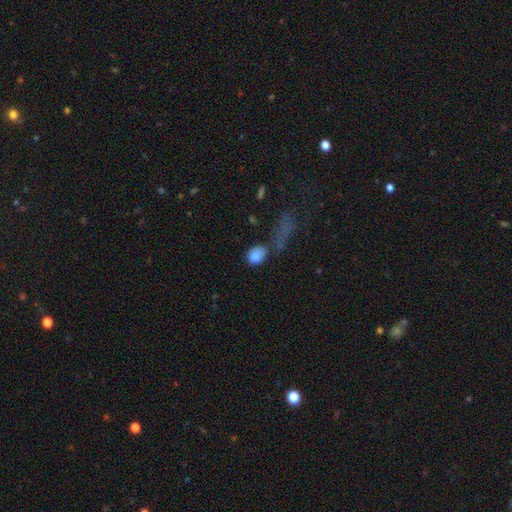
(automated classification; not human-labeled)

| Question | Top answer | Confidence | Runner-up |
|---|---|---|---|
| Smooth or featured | smooth | 82% | star or artifact (10%) |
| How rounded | in between | 52% | round (45%) |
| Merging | none | 38% | minor disturbance (22%) |